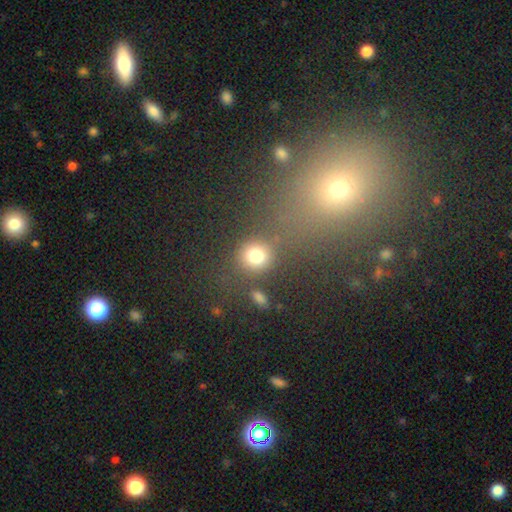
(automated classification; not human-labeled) This is likely a smooth galaxy (77%). How rounded: likely round (76%). Merging: likely none (72%).